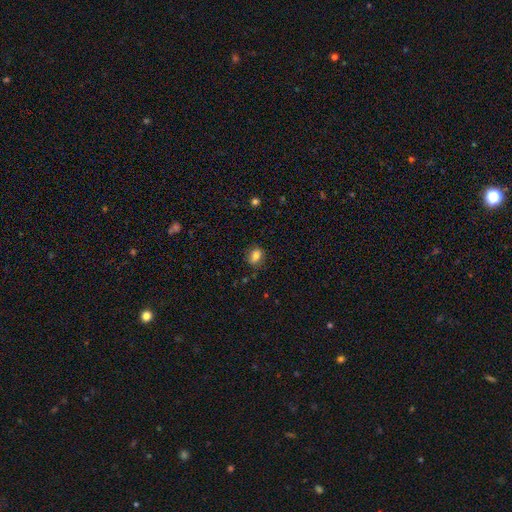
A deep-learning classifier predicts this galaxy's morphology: type=smooth (79%); roundness=in between (53%); merging=none (80%).